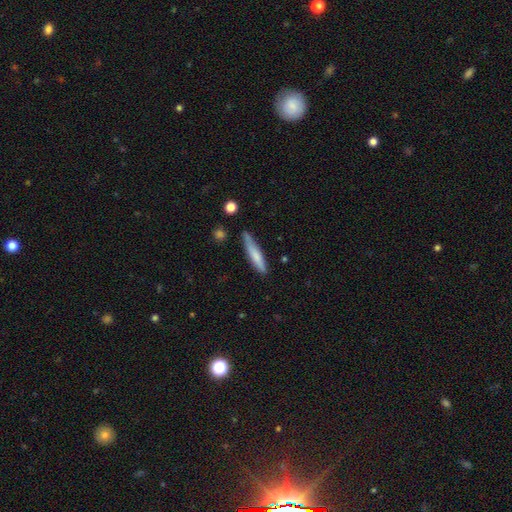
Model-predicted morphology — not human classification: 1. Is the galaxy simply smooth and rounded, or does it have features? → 71% smooth, 23% featured or disk, 6% star or artifact.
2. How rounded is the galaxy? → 88% cigar-shaped, 11% in between, 1% round.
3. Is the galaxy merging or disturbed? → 67% none, 24% minor disturbance, 5% major disturbance, 4% merger.